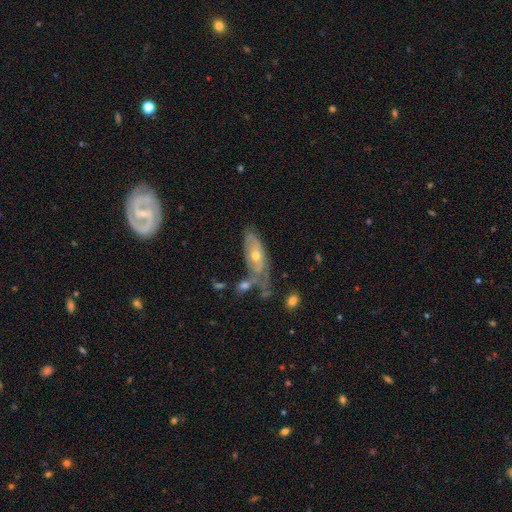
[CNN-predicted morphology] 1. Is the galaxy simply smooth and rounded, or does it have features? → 64% featured or disk, 29% smooth, 7% star or artifact.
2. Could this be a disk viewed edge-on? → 80% no, 20% yes.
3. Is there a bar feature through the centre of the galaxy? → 82% no, 15% weak, 4% strong.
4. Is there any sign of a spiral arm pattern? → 57% yes, 43% no.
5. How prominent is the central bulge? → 62% moderate, 34% small, 2% large, 1% none, 1% dominant.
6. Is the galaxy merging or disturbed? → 40% none, 26% minor disturbance, 18% merger, 15% major disturbance.